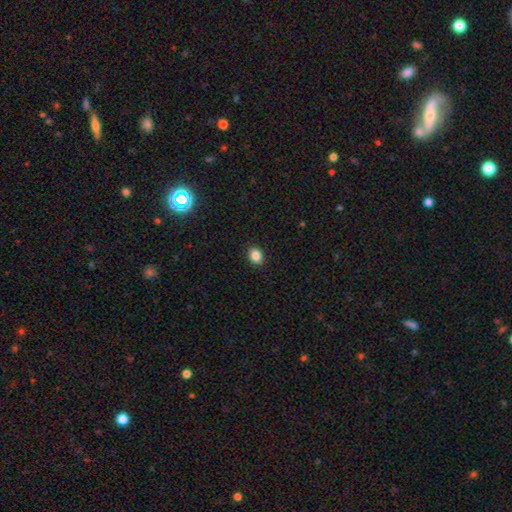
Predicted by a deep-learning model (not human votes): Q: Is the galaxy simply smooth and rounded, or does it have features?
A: smooth — 86%.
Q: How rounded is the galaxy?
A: in between — 56%.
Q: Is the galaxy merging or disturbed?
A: none — 91%.